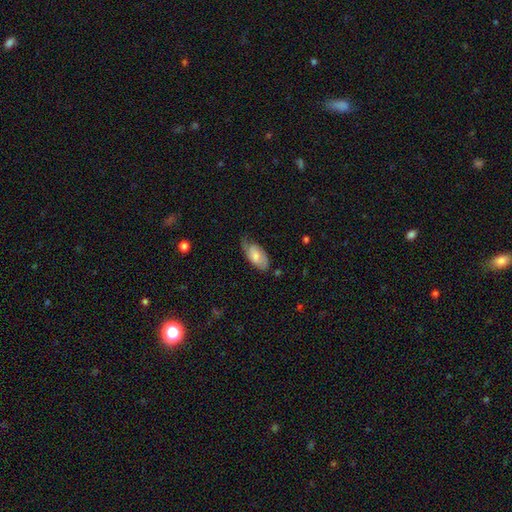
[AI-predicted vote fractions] Overall: smooth (56%; featured or disk 38%). How rounded: in between (92%). Merging: none (51%; minor disturbance 34%).